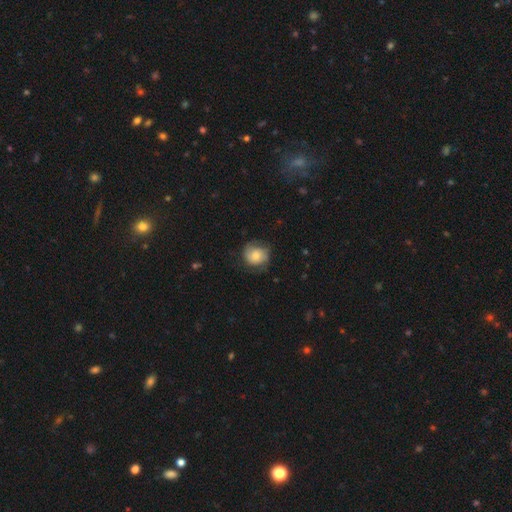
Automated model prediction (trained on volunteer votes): smooth-or-featured: smooth: 55% | featured or disk: 37% | star or artifact: 8%
  how-rounded: round: 80% | in between: 19% | cigar-shaped: 1%
  merging: none: 65% | minor disturbance: 23% | major disturbance: 11% | merger: 1%